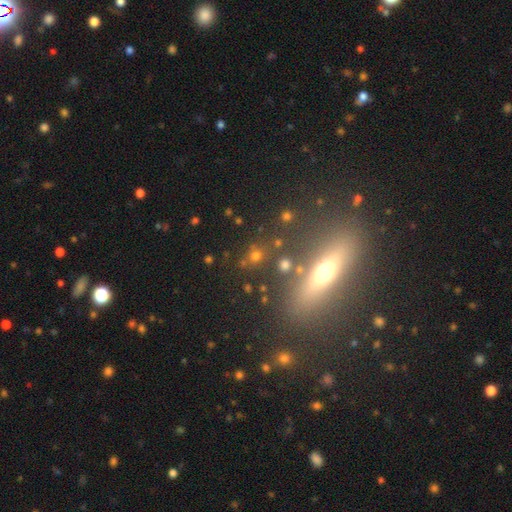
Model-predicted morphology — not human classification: smooth_or_featured: smooth (p=0.44) [alt: featured or disk p=0.28]
merging: none (p=0.80) [alt: minor disturbance p=0.09]